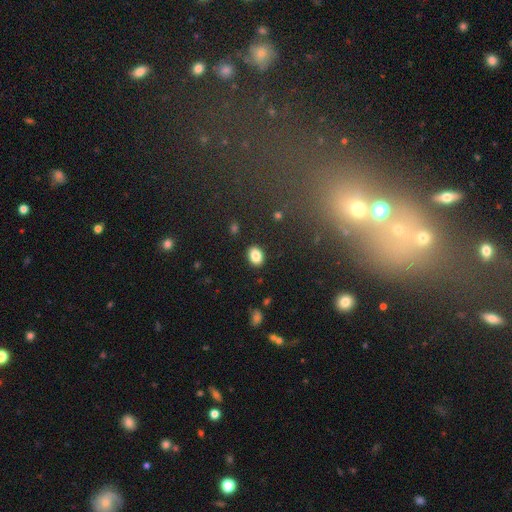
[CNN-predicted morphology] smooth-or-featured: smooth: 85% | star or artifact: 9% | featured or disk: 6%
  how-rounded: in between: 72% | round: 27% | cigar-shaped: 1%
  merging: none: 87% | minor disturbance: 9% | major disturbance: 2% | merger: 2%